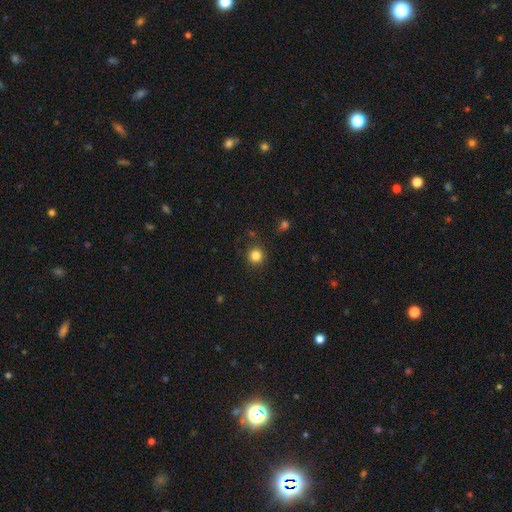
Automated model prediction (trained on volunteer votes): A smooth galaxy with no disk features (84%) that is round (94%). Merging: none (89%).